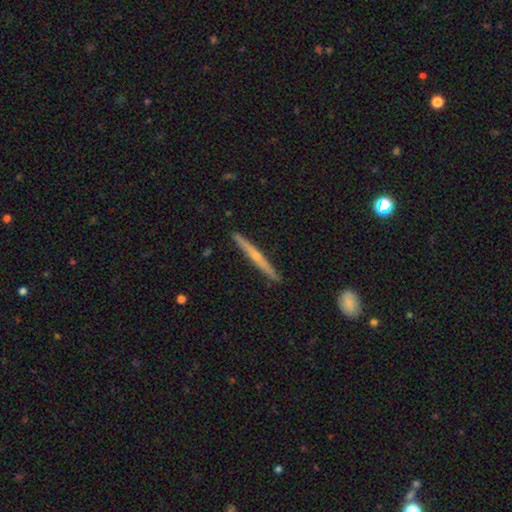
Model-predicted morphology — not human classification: featured or disk 67%, smooth 28%, star or artifact 6%. Down the decision tree: edge-on disk — yes (98%); edge-on bulge — rounded (67%); merging — none (91%).